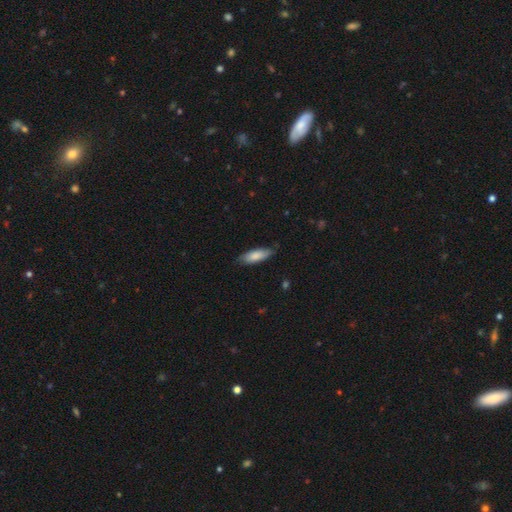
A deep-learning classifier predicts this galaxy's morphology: Smooth or featured: smooth — 79% (featured or disk — 15%)
How rounded: in between — 60% (cigar-shaped — 38%)
Merging: none — 75% (minor disturbance — 20%)